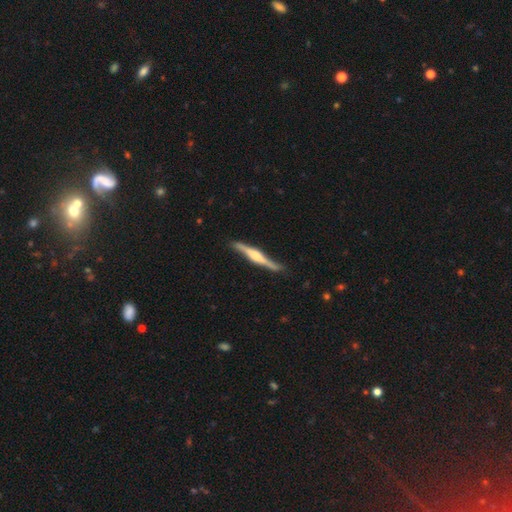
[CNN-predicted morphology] This is likely a featured or disk galaxy (76%). It is clearly viewed edge-on (96%). Edge-on bulge: likely rounded (65%). Merging: clearly none (82%).